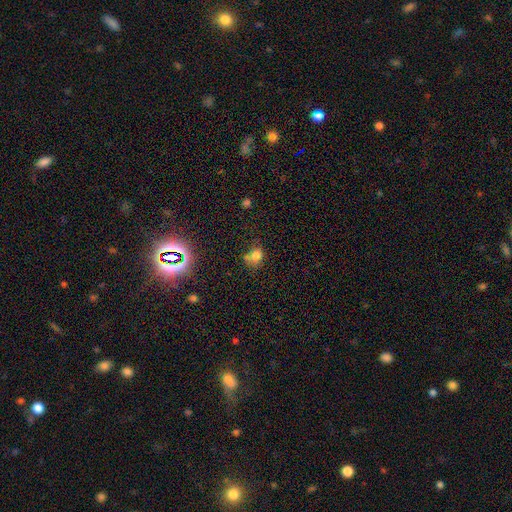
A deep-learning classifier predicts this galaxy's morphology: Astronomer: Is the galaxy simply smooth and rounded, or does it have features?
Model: smooth — 74%.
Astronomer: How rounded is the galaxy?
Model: round — 58% (runner-up: in between, 40%).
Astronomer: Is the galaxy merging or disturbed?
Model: none — 48% (runner-up: minor disturbance, 23%).